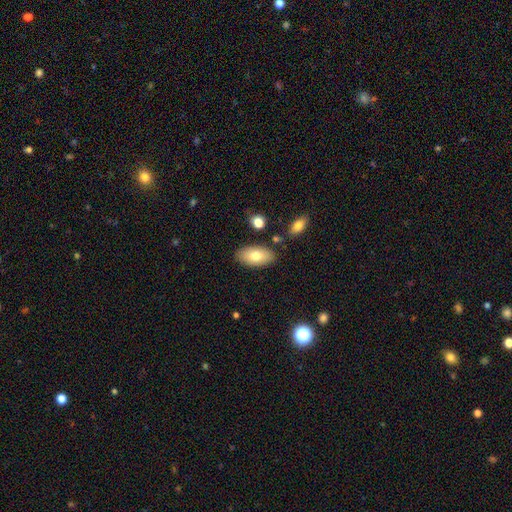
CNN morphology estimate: type=smooth (76%); roundness=in between (94%); merging=none (83%).